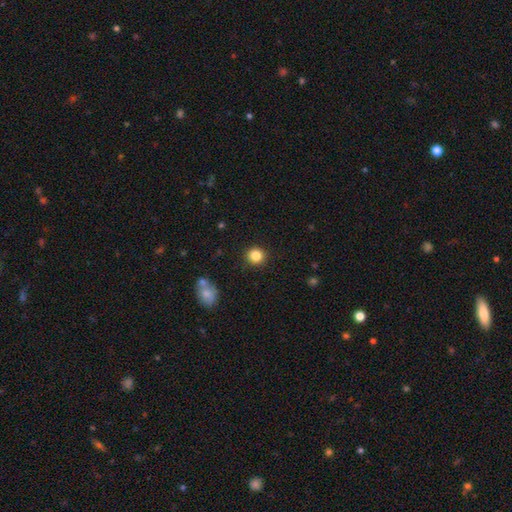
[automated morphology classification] Smooth or featured? Predicted: smooth (p=0.85). How rounded? Predicted: round (p=0.91). Merging? Predicted: none (p=0.91).